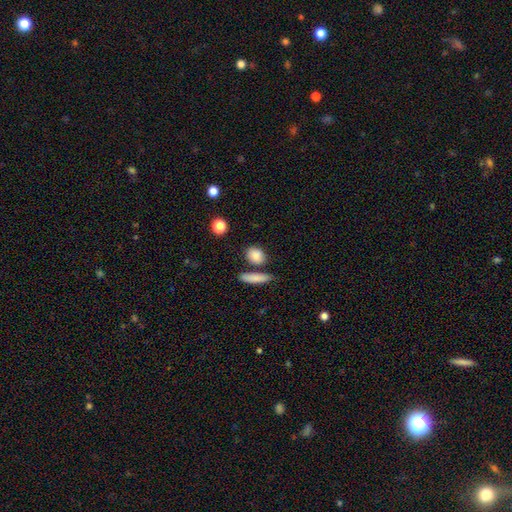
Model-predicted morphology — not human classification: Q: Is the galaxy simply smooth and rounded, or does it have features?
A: smooth — 85%.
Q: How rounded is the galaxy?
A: in between — 50%.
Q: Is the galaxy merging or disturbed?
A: none — 74%.